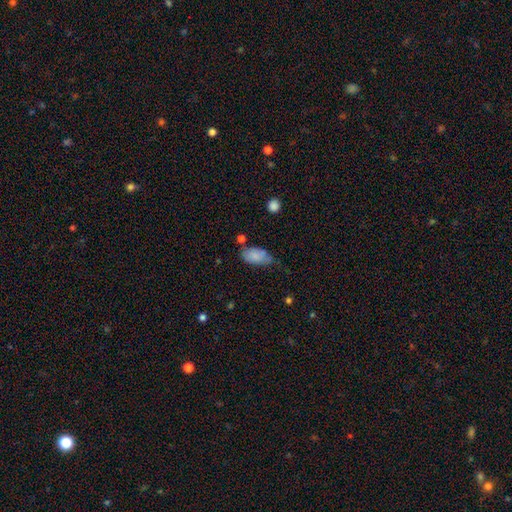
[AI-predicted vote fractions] smooth-or-featured: smooth: 82% | featured or disk: 10% | star or artifact: 8%
  how-rounded: in between: 92% | round: 4% | cigar-shaped: 3%
  merging: none: 47% | minor disturbance: 34% | major disturbance: 10% | merger: 8%